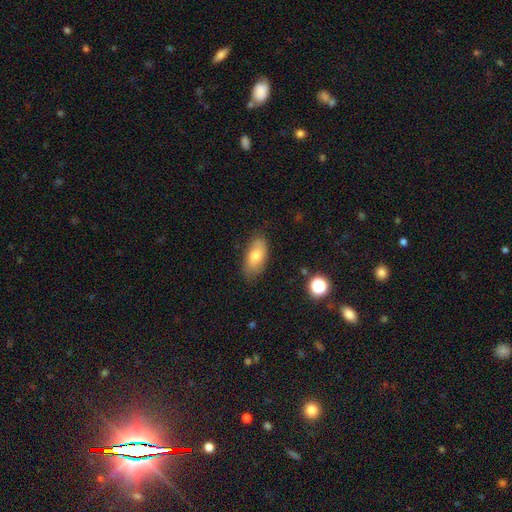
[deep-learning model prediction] Q: Smooth or featured?
A: smooth (73%); runner-up: featured or disk (20%)
Q: How rounded?
A: in between (90%); runner-up: cigar-shaped (6%)
Q: Merging?
A: none (80%); runner-up: minor disturbance (15%)